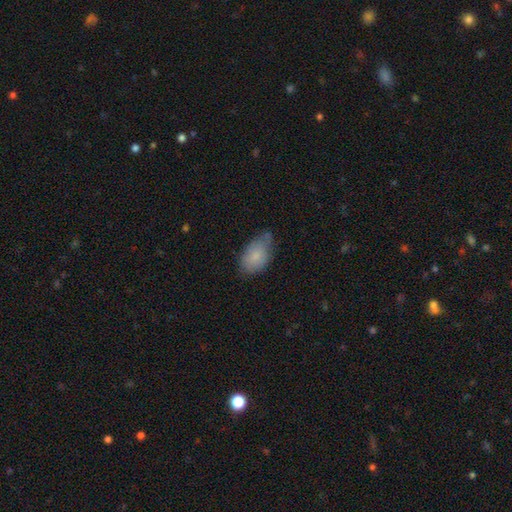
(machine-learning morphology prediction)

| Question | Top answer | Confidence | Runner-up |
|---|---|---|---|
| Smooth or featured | smooth | 82% | featured or disk (11%) |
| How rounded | in between | 92% | round (6%) |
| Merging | none | 52% | minor disturbance (37%) |